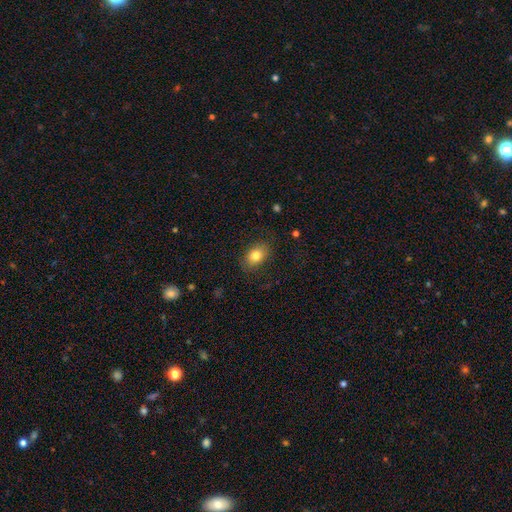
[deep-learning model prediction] Morphology: type=smooth (81%); roundness=in between (78%); merging=none (83%).